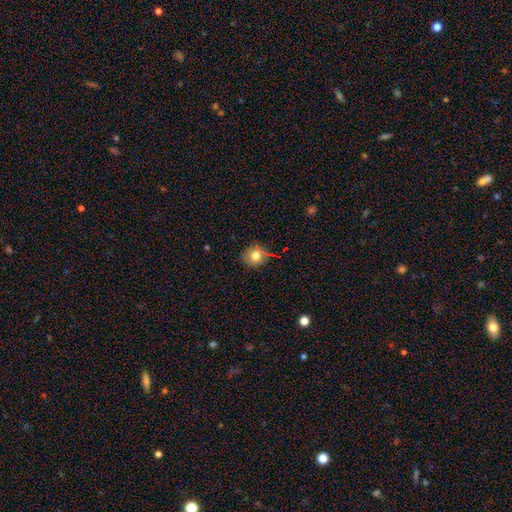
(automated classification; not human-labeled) smooth_or_featured: smooth (p=0.77) [alt: star or artifact p=0.13]
how_rounded: round (p=0.88) [alt: in between p=0.11]
merging: none (p=0.79) [alt: minor disturbance p=0.15]